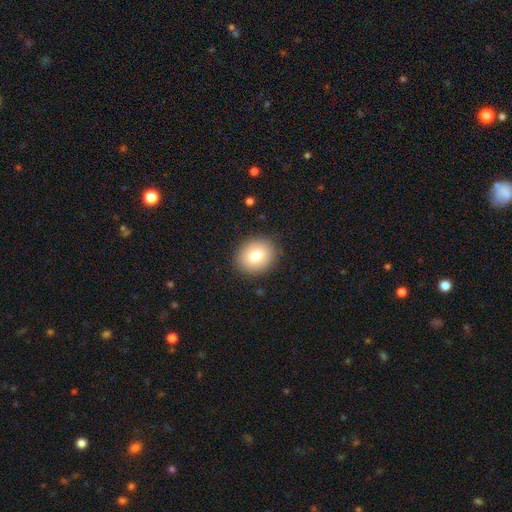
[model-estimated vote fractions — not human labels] A smooth galaxy with no disk features (78%) that is round (60%).

Vote fractions:
- Smooth or featured? smooth: 78% / featured or disk: 13% / star or artifact: 9%
- How rounded? round: 60% / in between: 39% / cigar-shaped: 1%
- Merging? none: 88% / minor disturbance: 9% / major disturbance: 3% / merger: 1%